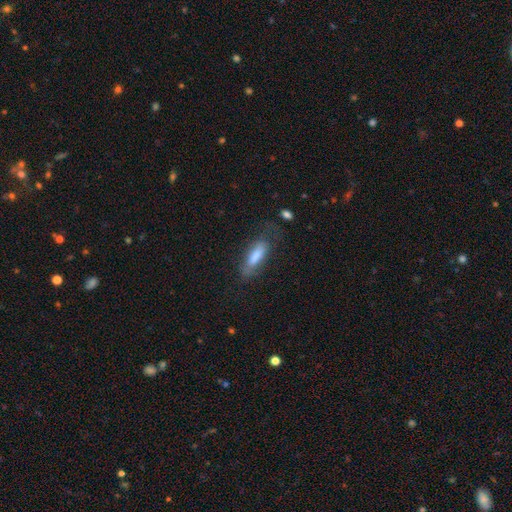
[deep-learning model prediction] A smooth galaxy with no disk features (69%) that is cigar-shaped (50%). Merging: none (62%).